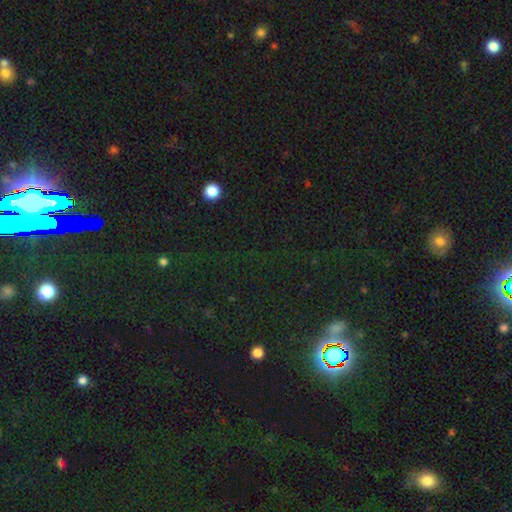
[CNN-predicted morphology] The model was most divided on "smooth or featured": star or artifact: 81%, smooth: 12%, featured or disk: 8%.